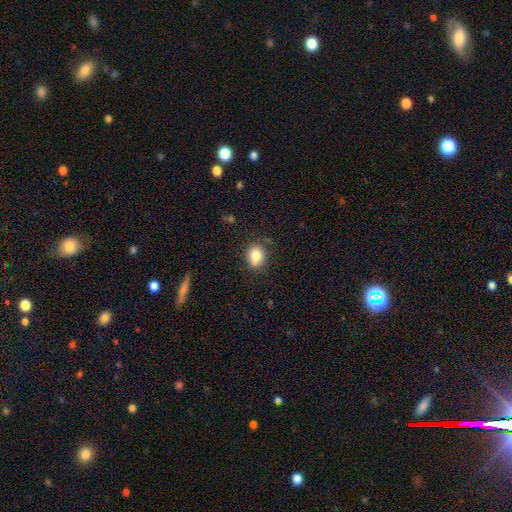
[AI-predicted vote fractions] The model was most divided on "how rounded": in between: 50%, round: 49%, cigar-shaped: 1%. More confident: smooth or featured — smooth (83%); merging — none (72%).